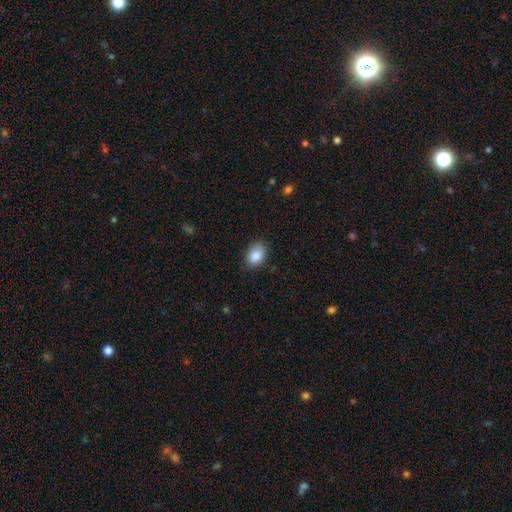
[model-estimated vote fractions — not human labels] This appears to be a smooth galaxy with no disk features (86%) that is in between round and cigar-shaped (77%). Merging: none (82%).